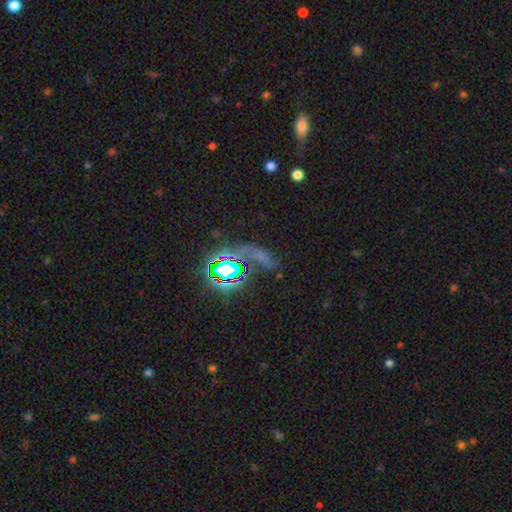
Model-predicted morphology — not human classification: The model was most divided on "smooth or featured": star or artifact: 61%, featured or disk: 19%, smooth: 19%.